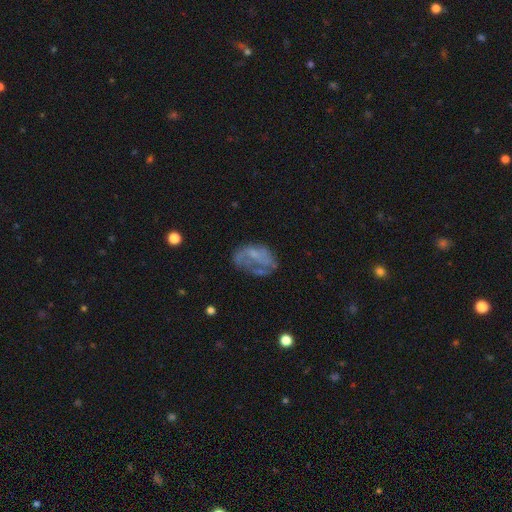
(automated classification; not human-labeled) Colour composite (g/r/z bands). It shows a featured or disk galaxy (55%) with no bar (74%), no spiral arms (63%) and no central bulge (53%). Merging: none (39%).